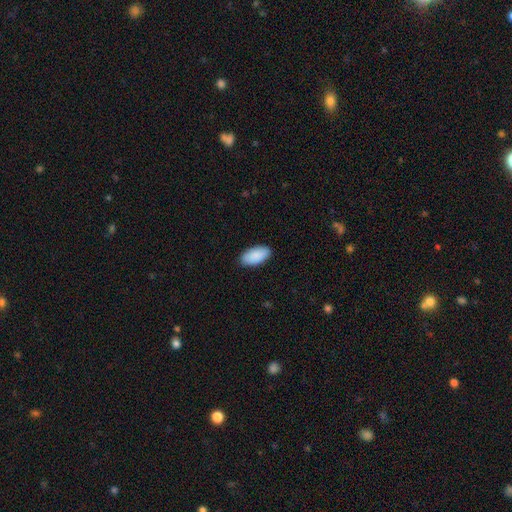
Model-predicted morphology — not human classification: A smooth galaxy with no disk features (91%) that is in between round and cigar-shaped (94%). Merging: none (89%).